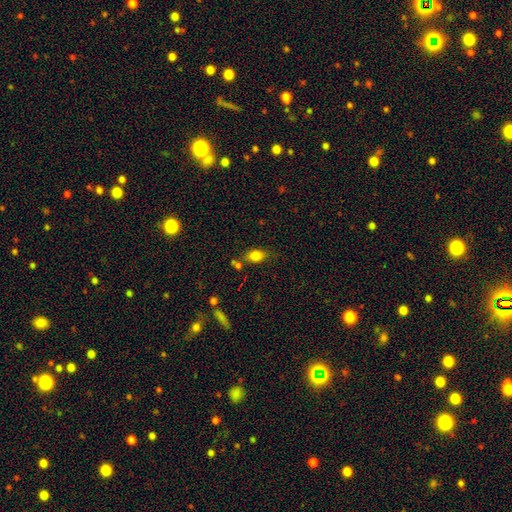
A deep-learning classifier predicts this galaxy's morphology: smooth-or-featured: smooth: 82% | star or artifact: 10% | featured or disk: 8%
  how-rounded: in between: 76% | round: 21% | cigar-shaped: 2%
  merging: none: 65% | minor disturbance: 18% | merger: 12% | major disturbance: 5%